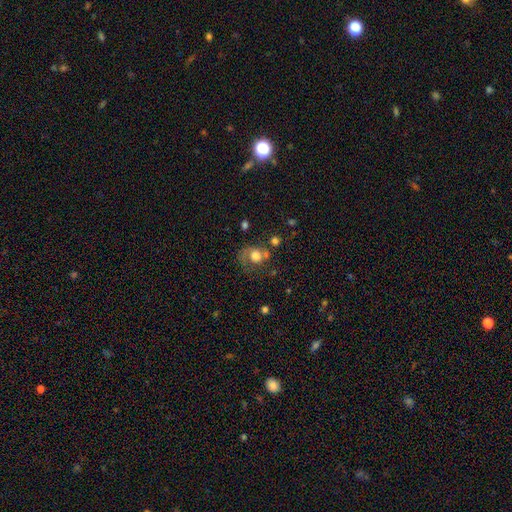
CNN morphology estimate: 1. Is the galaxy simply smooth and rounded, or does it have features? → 58% smooth, 32% featured or disk, 11% star or artifact.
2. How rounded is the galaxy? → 69% round, 30% in between, 1% cigar-shaped.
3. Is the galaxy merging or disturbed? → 39% none, 27% major disturbance, 20% minor disturbance, 15% merger.